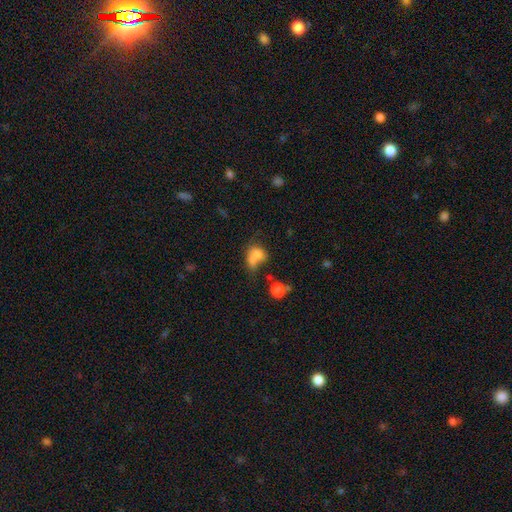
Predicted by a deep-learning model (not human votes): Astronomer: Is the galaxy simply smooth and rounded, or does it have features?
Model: smooth — 72%.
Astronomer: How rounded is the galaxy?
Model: in between — 56% (runner-up: round, 42%).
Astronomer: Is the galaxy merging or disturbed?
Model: merger — 54%.